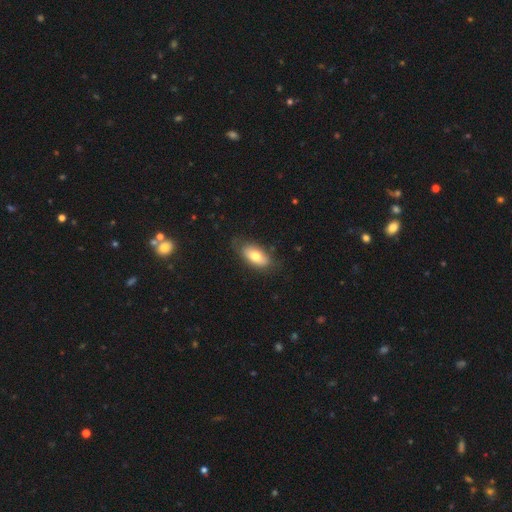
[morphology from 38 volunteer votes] Smooth or featured: smooth — 82% (featured or disk — 16%)
How rounded: in between — 87% (round — 6%)
Merging: none — 76% (minor disturbance — 24%)